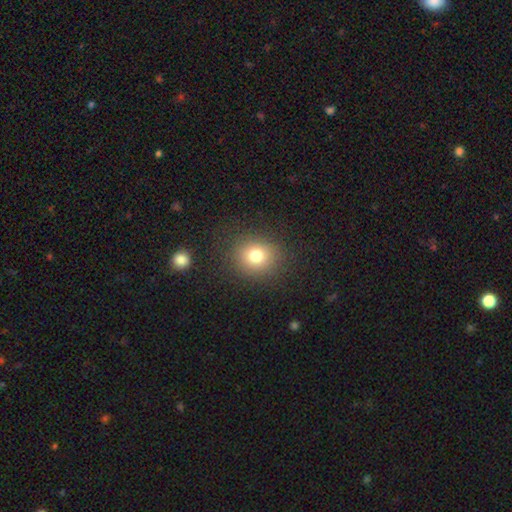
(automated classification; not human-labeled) The model was most divided on "how rounded": round: 75%, in between: 24%, cigar-shaped: 1%. More confident: merging — none (86%); smooth or featured — smooth (77%).